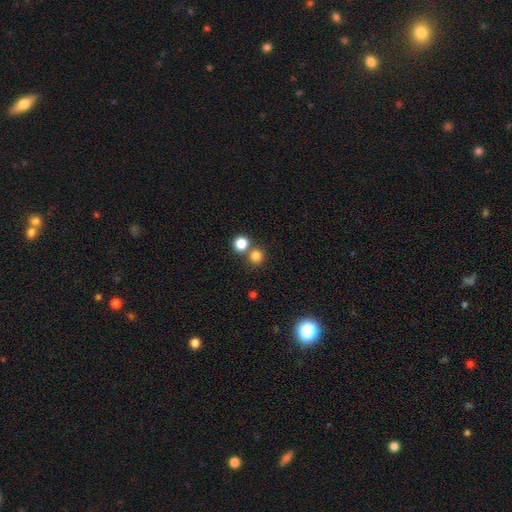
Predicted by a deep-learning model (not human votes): The model was most divided on "merging": none: 68%, merger: 24%, minor disturbance: 6%, major disturbance: 3%. More confident: how rounded — round (92%); smooth or featured — smooth (79%).